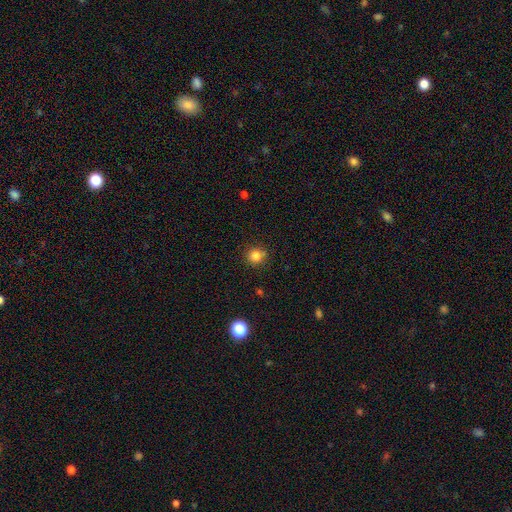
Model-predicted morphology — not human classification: Smooth or featured? Predicted: smooth (p=0.81). How rounded? Predicted: round (p=0.92). Merging? Predicted: none (p=0.79).